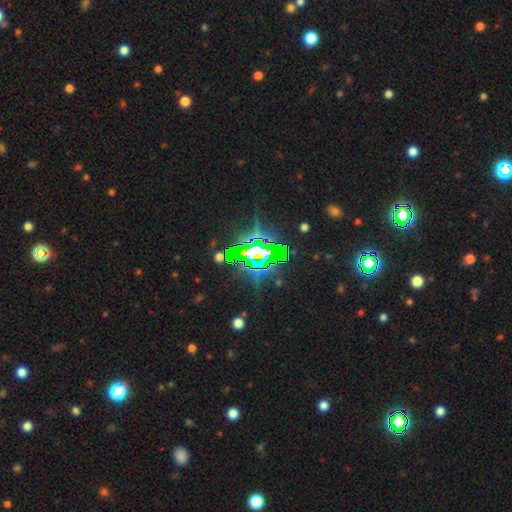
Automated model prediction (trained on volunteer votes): Smooth or featured? Predicted: star or artifact (p=0.78).